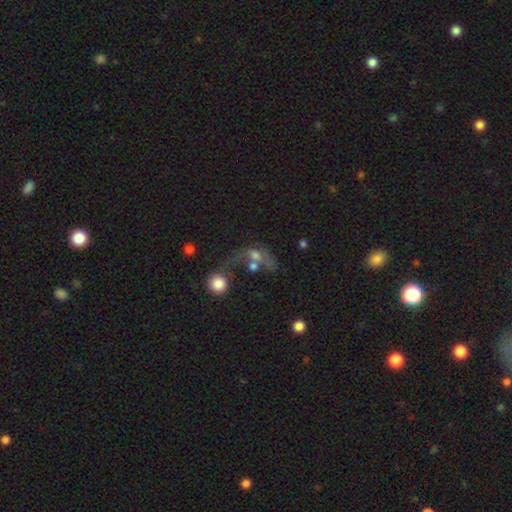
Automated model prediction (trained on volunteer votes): This appears to be a smooth galaxy with no disk features (48%). Merging: merger (44%).